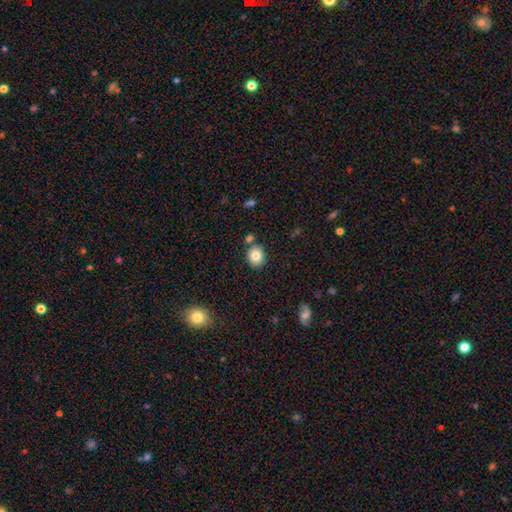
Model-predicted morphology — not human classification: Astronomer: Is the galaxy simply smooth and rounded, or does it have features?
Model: smooth — 82%.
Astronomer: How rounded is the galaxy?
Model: round — 70%.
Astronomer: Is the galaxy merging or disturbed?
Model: none — 78%.